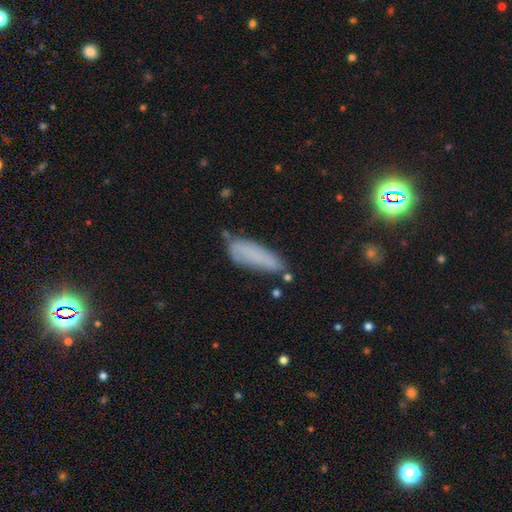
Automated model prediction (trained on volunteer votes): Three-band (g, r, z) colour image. It shows a smooth galaxy with no disk features (74%) that is cigar-shaped (51%). Merging: none (59%).